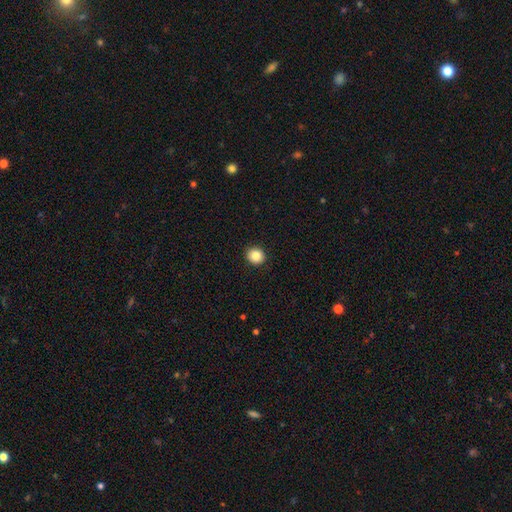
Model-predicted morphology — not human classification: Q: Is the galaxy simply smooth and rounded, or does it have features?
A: smooth — 86%.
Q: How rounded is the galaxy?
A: round — 88%.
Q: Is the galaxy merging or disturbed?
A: none — 93%.